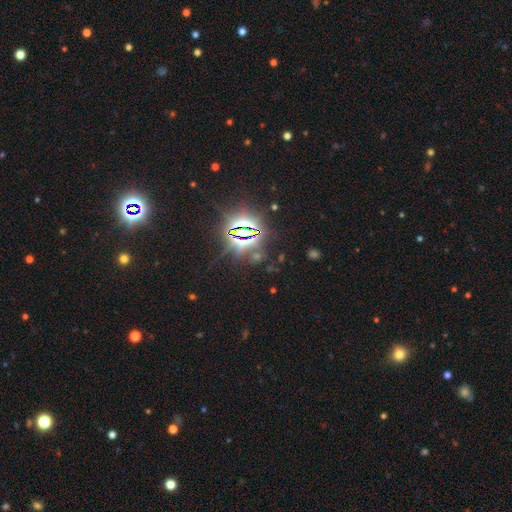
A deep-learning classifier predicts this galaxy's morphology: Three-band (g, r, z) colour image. It shows a star or artifact, not a galaxy (85%).